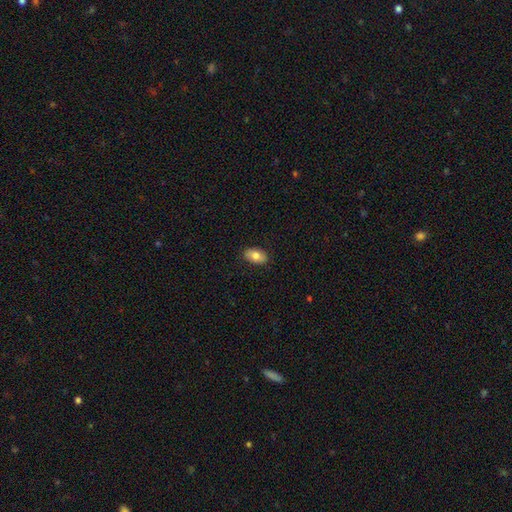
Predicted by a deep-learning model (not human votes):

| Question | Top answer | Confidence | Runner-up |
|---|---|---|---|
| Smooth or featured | smooth | 79% | featured or disk (14%) |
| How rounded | in between | 92% | round (6%) |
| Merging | none | 88% | minor disturbance (9%) |